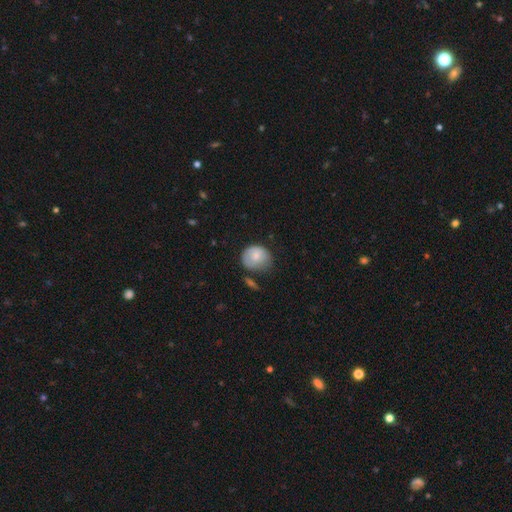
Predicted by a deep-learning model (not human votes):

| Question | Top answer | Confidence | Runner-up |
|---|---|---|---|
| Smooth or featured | smooth | 78% | featured or disk (14%) |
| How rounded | round | 63% | in between (36%) |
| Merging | none | 44% | minor disturbance (37%) |